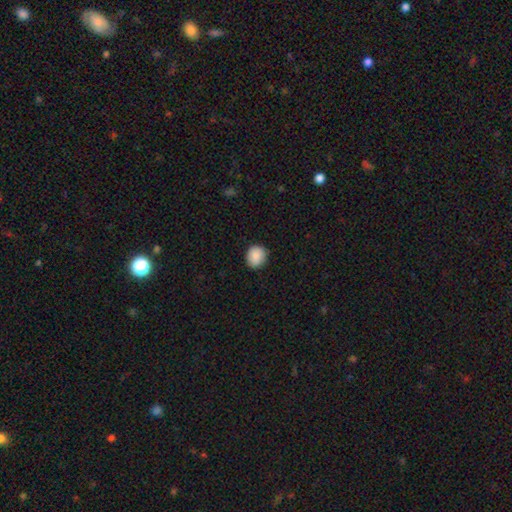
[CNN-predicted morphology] type=smooth (89%); roundness=round (78%); merging=none (88%).